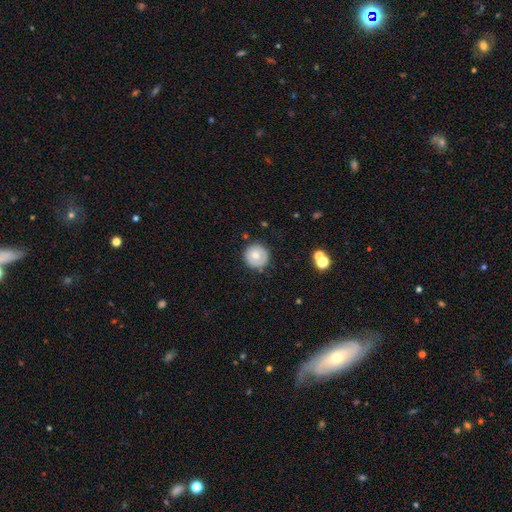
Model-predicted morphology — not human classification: smooth-or-featured: smooth: 73% | featured or disk: 19% | star or artifact: 8%
  how-rounded: round: 95% | in between: 4% | cigar-shaped: 1%
  merging: none: 85% | minor disturbance: 10% | major disturbance: 3% | merger: 2%